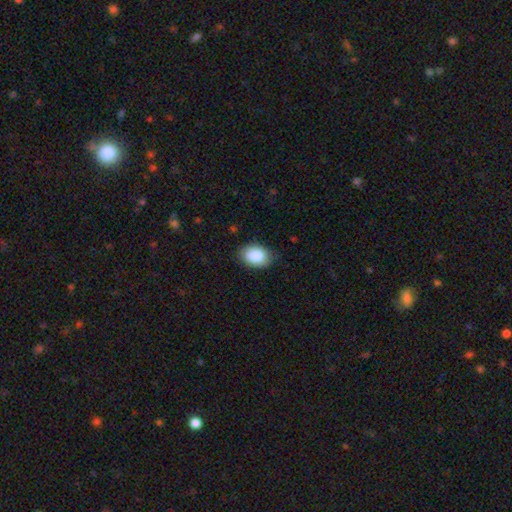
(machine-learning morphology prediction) The model was most divided on "merging": none: 82%, minor disturbance: 14%, major disturbance: 3%, merger: 1%. More confident: smooth or featured — smooth (89%); how rounded — in between (84%).